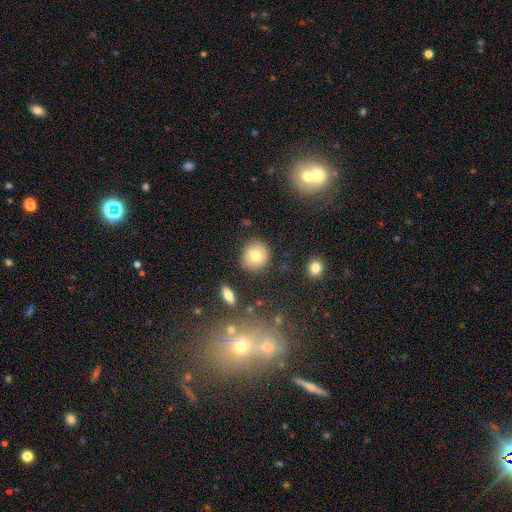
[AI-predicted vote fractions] A smooth galaxy with no disk features (77%) that is round (86%).

Vote fractions:
- Smooth or featured? smooth: 77% / featured or disk: 12% / star or artifact: 11%
- How rounded? round: 86% / in between: 13% / cigar-shaped: 1%
- Merging? none: 84% / minor disturbance: 10% / major disturbance: 3% / merger: 3%